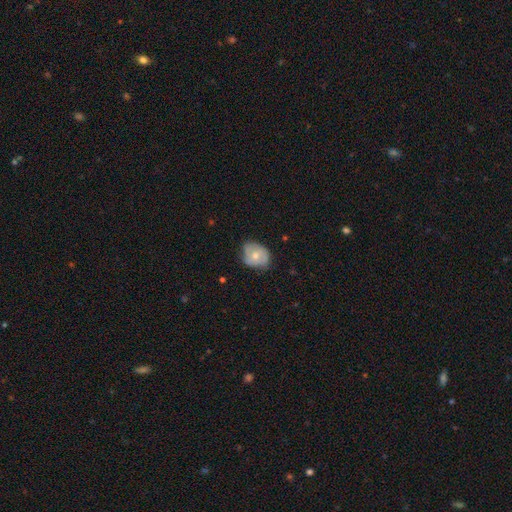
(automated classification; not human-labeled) This appears to be a smooth galaxy with no disk features (54%) that is in between round and cigar-shaped (51%). Merging: none (56%).